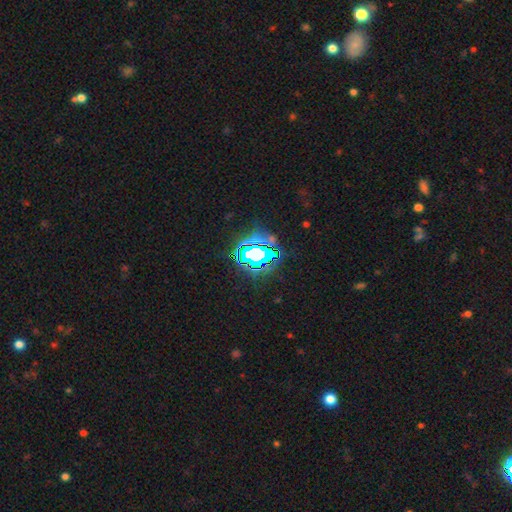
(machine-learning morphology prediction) This appears to be a star or artifact, not a galaxy (69%).